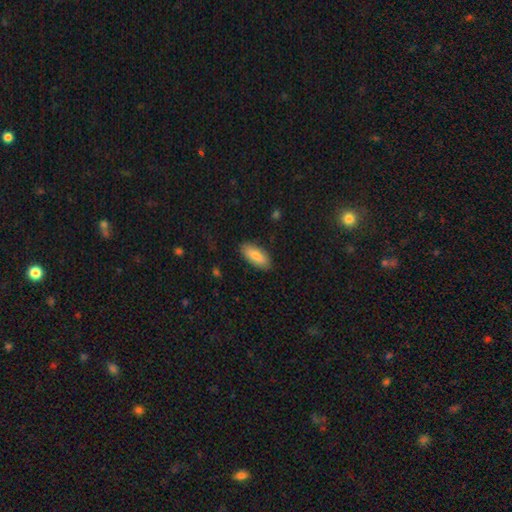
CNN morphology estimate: This is clearly a smooth galaxy (82%). How rounded: clearly in between (84%). Merging: clearly none (86%).